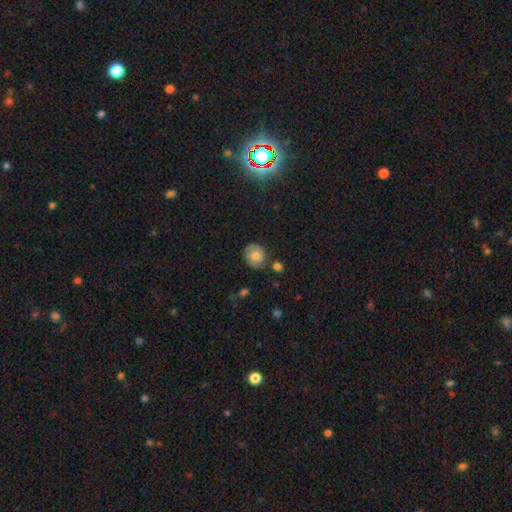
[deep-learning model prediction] This appears to be a smooth galaxy with no disk features (73%) that is round (66%). Merging: none (72%).